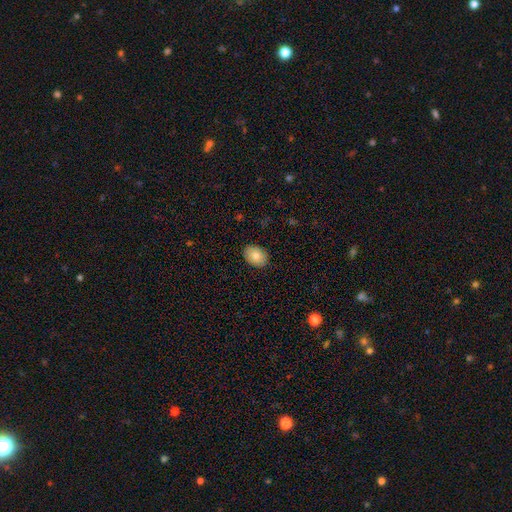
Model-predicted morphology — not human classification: Smooth or featured?
  - smooth: 82% *
  - featured or disk: 10%
  - star or artifact: 7%
How rounded?
  - in between: 75% *
  - round: 24%
  - cigar-shaped: 1%
Merging?
  - none: 90% *
  - minor disturbance: 8%
  - major disturbance: 2%
  - merger: 1%